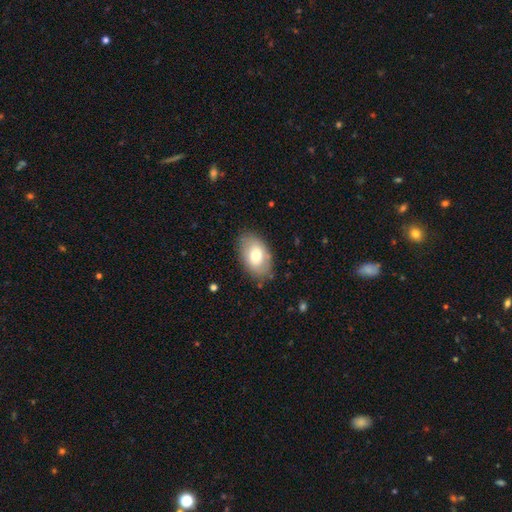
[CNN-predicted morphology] Smooth or featured?
  - smooth: 70% *
  - featured or disk: 23%
  - star or artifact: 7%
How rounded?
  - in between: 91% *
  - round: 8%
  - cigar-shaped: 1%
Merging?
  - none: 81% *
  - minor disturbance: 14%
  - major disturbance: 4%
  - merger: 1%